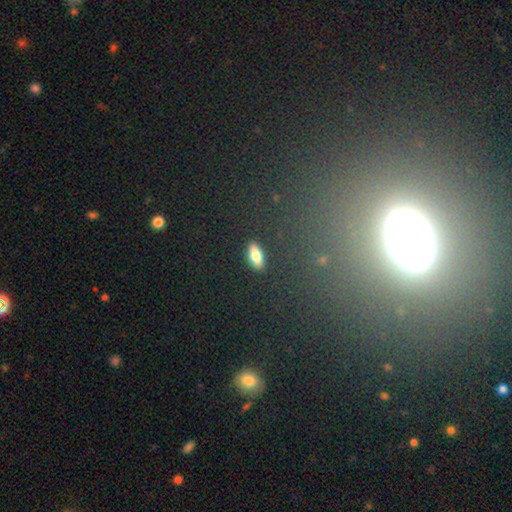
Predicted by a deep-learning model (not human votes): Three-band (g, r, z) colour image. It shows a smooth galaxy with no disk features (76%) that is in between round and cigar-shaped (76%). Merging: none (89%).